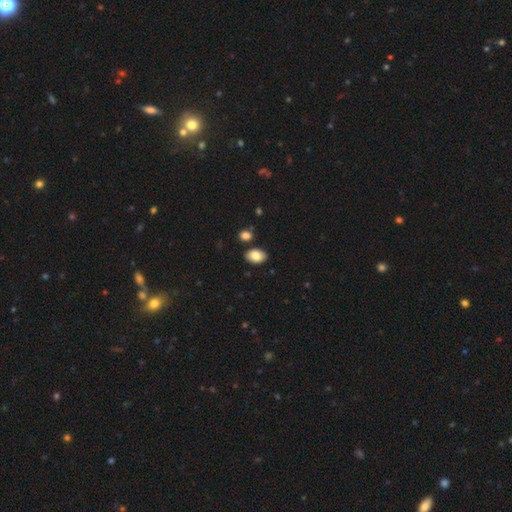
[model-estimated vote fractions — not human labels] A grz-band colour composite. It shows a smooth galaxy with no disk features (85%) that is in between round and cigar-shaped (88%). Merging: none (84%).